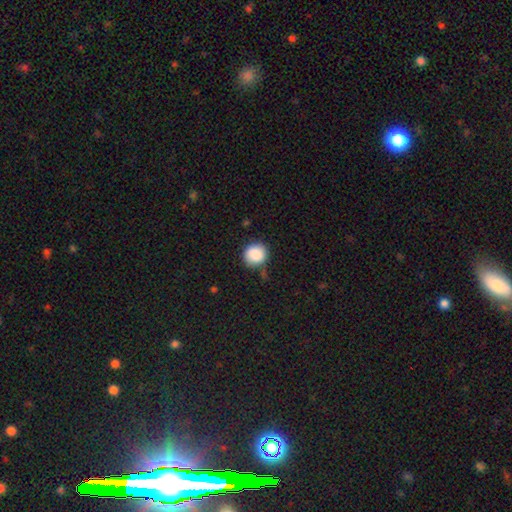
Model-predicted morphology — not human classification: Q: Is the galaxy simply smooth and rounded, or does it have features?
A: smooth — 88%.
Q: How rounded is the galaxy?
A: round — 88%.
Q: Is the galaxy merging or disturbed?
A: none — 76%.